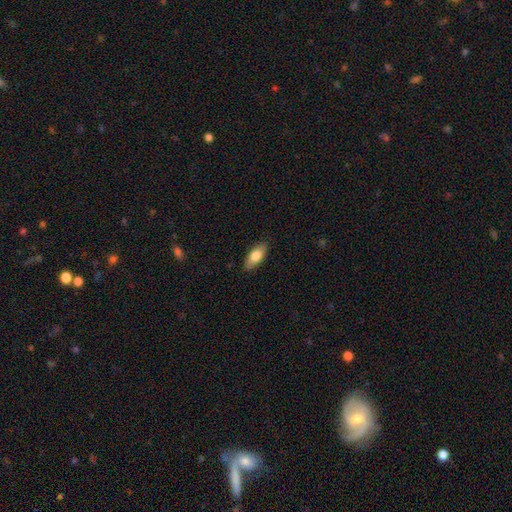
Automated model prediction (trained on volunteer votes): Morphology: type=smooth (77%); roundness=in between (83%); merging=none (86%).